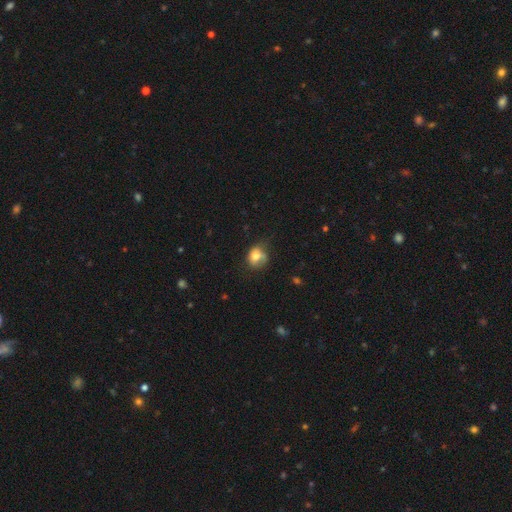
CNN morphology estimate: Q: Smooth or featured?
A: smooth (74%); runner-up: featured or disk (16%)
Q: How rounded?
A: round (58%); runner-up: in between (41%)
Q: Merging?
A: none (48%); runner-up: minor disturbance (33%)